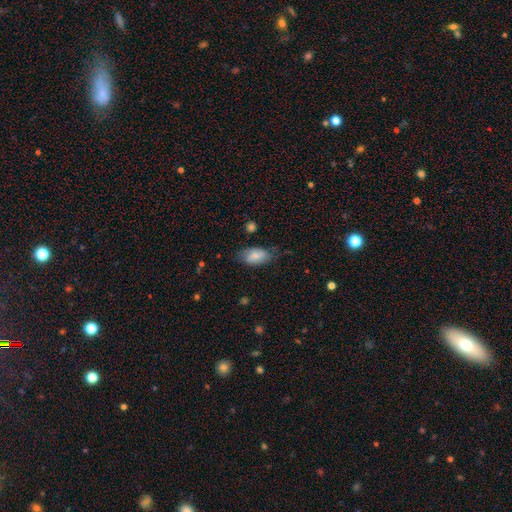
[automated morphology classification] This appears to be a smooth galaxy with no disk features (73%) that is in between round and cigar-shaped (92%). Merging: none (66%).